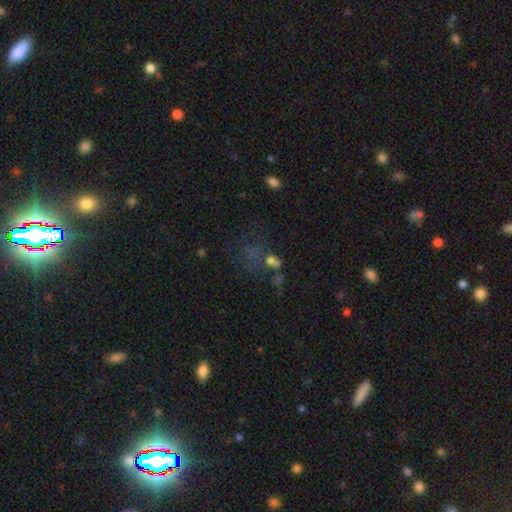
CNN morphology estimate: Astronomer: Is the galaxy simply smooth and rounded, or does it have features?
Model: star or artifact — 51% (runner-up: smooth, 33%).